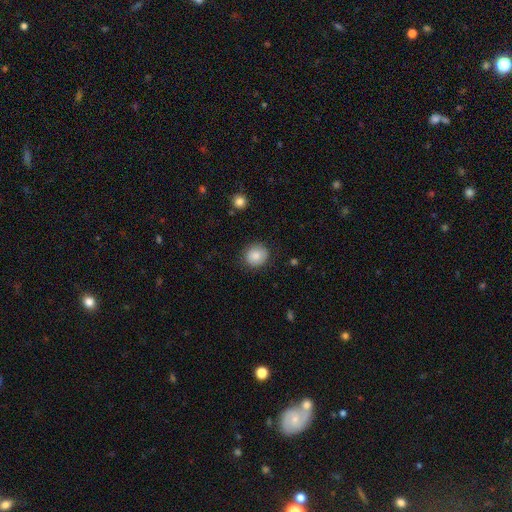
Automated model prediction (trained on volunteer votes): smooth-or-featured: smooth: 85% | star or artifact: 8% | featured or disk: 7%
  how-rounded: round: 85% | in between: 14% | cigar-shaped: 1%
  merging: none: 85% | minor disturbance: 11% | major disturbance: 3% | merger: 1%